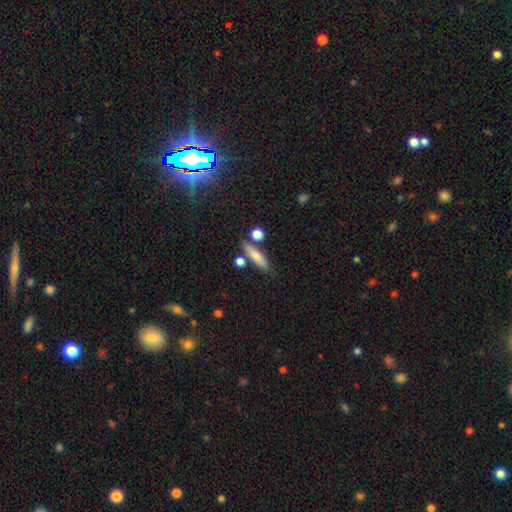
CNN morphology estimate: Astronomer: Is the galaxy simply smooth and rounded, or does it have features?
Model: smooth — 76%.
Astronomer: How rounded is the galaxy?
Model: cigar-shaped — 69%.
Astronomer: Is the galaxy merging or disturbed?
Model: none — 73%.